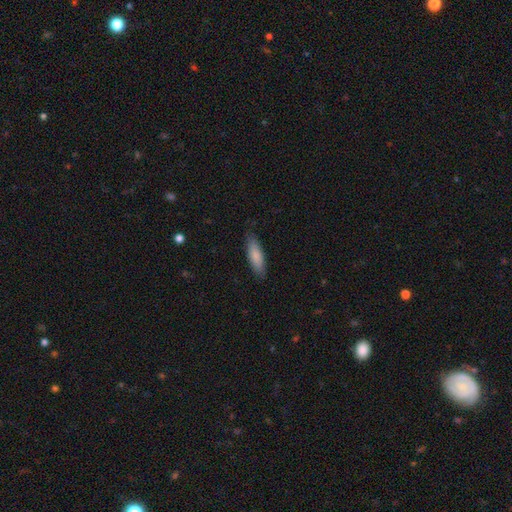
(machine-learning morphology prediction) type=smooth (84%); roundness=in between (50%); merging=none (85%).